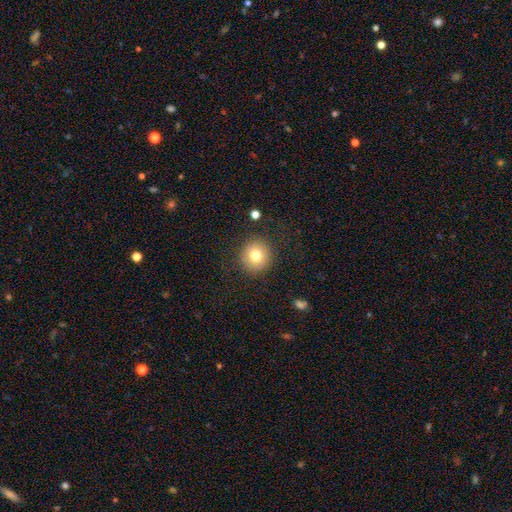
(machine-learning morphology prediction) Smooth or featured?
  - smooth: 76% *
  - featured or disk: 13%
  - star or artifact: 11%
How rounded?
  - round: 93% *
  - in between: 6%
  - cigar-shaped: 1%
Merging?
  - none: 88% *
  - minor disturbance: 7%
  - major disturbance: 3%
  - merger: 1%